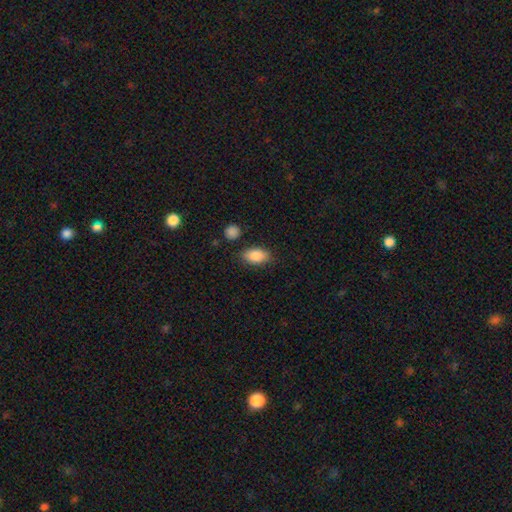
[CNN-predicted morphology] smooth_or_featured: smooth (p=0.87) [alt: star or artifact p=0.07]
how_rounded: in between (p=0.91) [alt: round p=0.07]
merging: none (p=0.79) [alt: minor disturbance p=0.14]